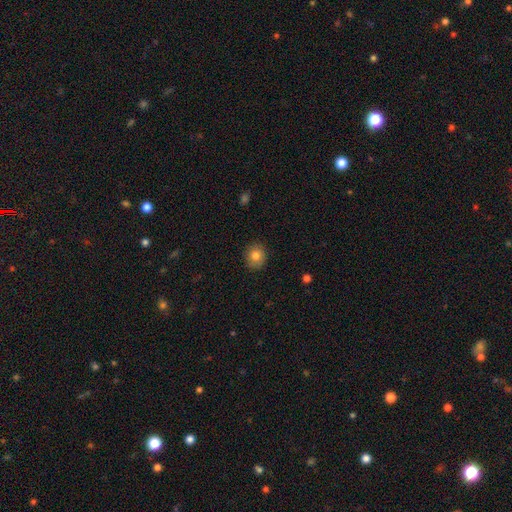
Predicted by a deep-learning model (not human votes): smooth_or_featured: smooth (p=0.81) [alt: star or artifact p=0.10]
how_rounded: round (p=0.82) [alt: in between p=0.18]
merging: none (p=0.89) [alt: minor disturbance p=0.08]